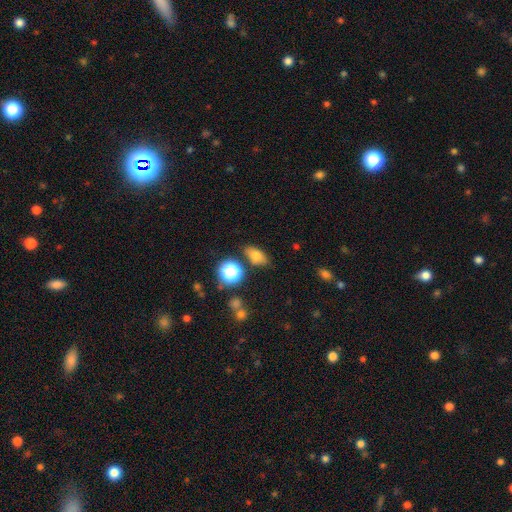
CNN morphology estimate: smooth_or_featured: smooth (p=0.72) [alt: star or artifact p=0.16]
how_rounded: in between (p=0.77) [alt: round p=0.17]
merging: none (p=0.78) [alt: minor disturbance p=0.13]